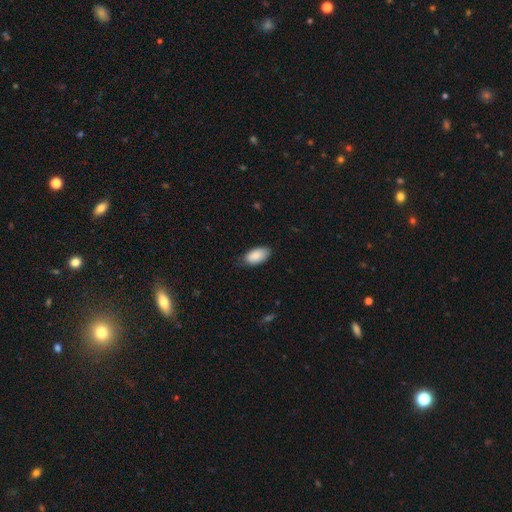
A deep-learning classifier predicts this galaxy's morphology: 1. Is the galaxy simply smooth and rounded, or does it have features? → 88% smooth, 6% star or artifact, 6% featured or disk.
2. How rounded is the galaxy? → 95% in between, 3% round, 2% cigar-shaped.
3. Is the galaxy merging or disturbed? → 75% none, 21% minor disturbance, 3% major disturbance, 1% merger.